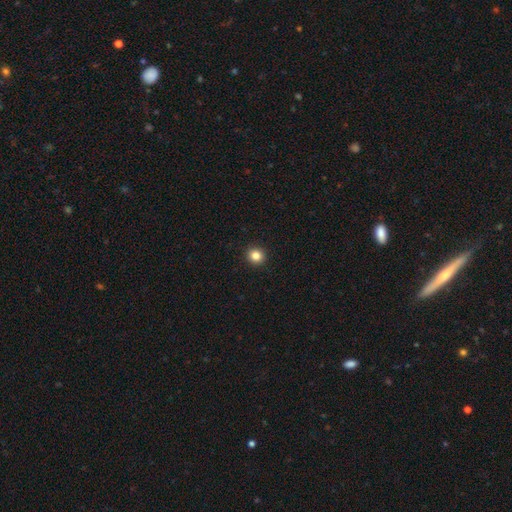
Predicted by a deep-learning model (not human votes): Smooth or featured?
  - smooth: 84% *
  - star or artifact: 11%
  - featured or disk: 5%
How rounded?
  - round: 91% *
  - in between: 8%
  - cigar-shaped: 1%
Merging?
  - none: 93% *
  - minor disturbance: 4%
  - major disturbance: 1%
  - merger: 1%